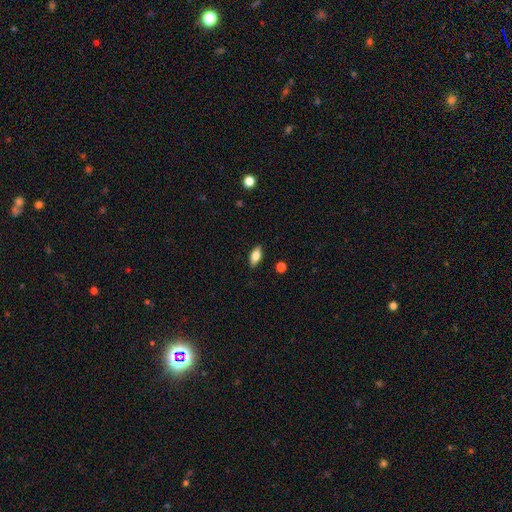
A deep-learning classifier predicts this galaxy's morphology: smooth_or_featured: smooth (p=0.69) [alt: featured or disk p=0.23]
how_rounded: in between (p=0.83) [alt: cigar-shaped p=0.14]
merging: none (p=0.87) [alt: minor disturbance p=0.10]